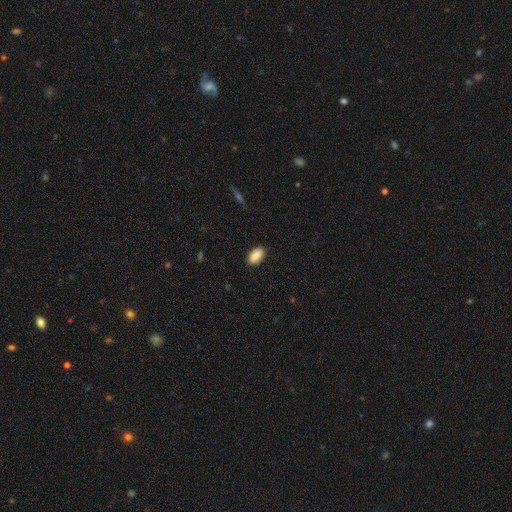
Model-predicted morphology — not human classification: This appears to be a smooth galaxy with no disk features (85%) that is in between round and cigar-shaped (94%). Merging: none (88%).